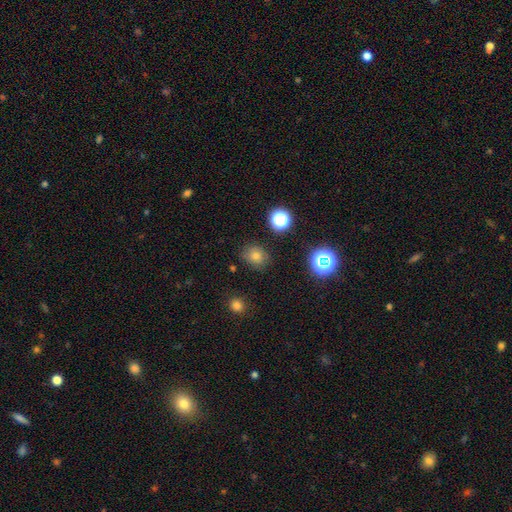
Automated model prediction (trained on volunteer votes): Smooth or featured? Predicted: smooth (p=0.70). How rounded? Predicted: round (p=0.67). Merging? Predicted: none (p=0.82).